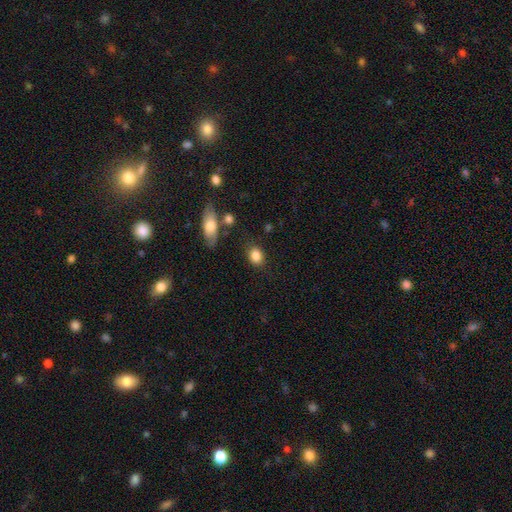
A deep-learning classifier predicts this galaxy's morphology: This is clearly a smooth galaxy (85%). How rounded: possibly in between (52%). Merging: likely none (80%).